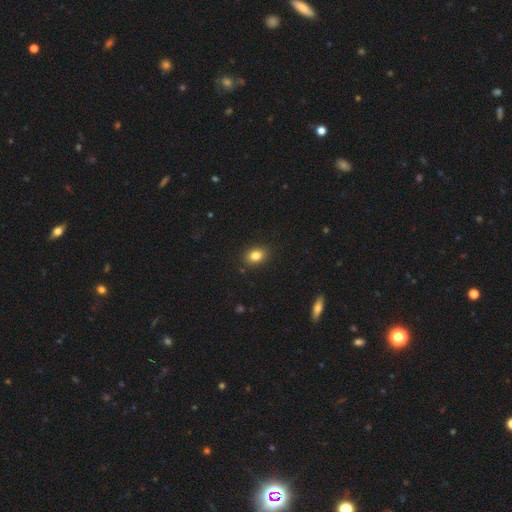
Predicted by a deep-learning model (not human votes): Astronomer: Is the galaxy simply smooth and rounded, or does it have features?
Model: smooth — 84%.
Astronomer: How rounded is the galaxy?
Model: in between — 73%.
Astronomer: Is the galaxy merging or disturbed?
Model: none — 88%.